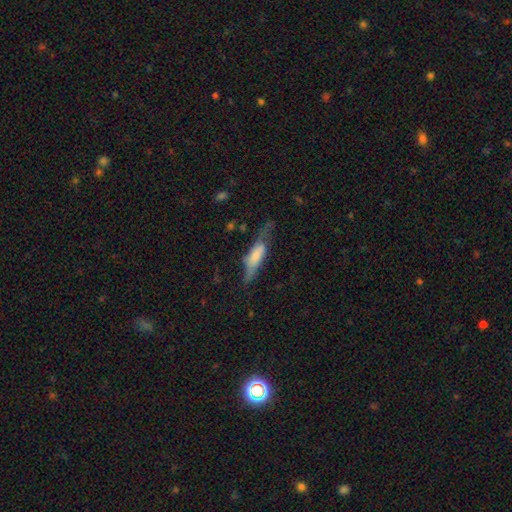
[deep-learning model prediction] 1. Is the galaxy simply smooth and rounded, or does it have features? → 57% smooth, 35% featured or disk, 8% star or artifact.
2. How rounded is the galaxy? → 51% cigar-shaped, 46% in between, 3% round.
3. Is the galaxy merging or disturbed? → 36% none, 32% minor disturbance, 29% major disturbance, 4% merger.